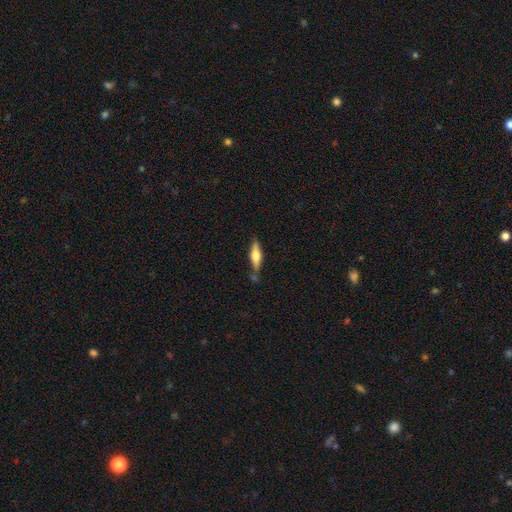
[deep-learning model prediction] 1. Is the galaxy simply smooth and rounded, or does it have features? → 51% smooth, 43% featured or disk, 6% star or artifact.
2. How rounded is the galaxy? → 62% cigar-shaped, 36% in between, 2% round.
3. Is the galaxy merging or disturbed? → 70% none, 18% minor disturbance, 8% merger, 4% major disturbance.